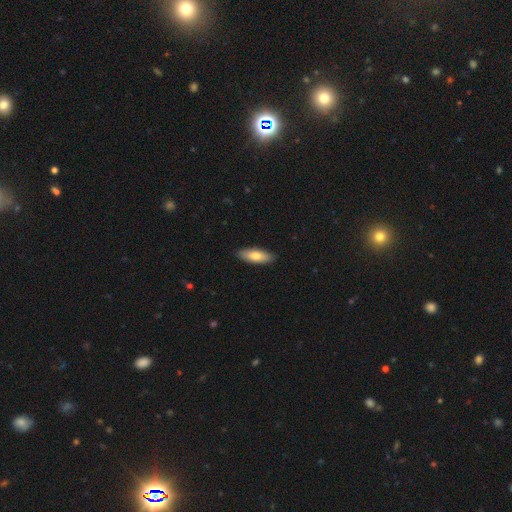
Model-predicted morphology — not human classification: A smooth galaxy with no disk features (77%) that is in between round and cigar-shaped (66%).

Vote fractions:
- Smooth or featured? smooth: 77% / featured or disk: 17% / star or artifact: 5%
- How rounded? in between: 66% / cigar-shaped: 32% / round: 2%
- Merging? none: 89% / minor disturbance: 9% / major disturbance: 2% / merger: 1%